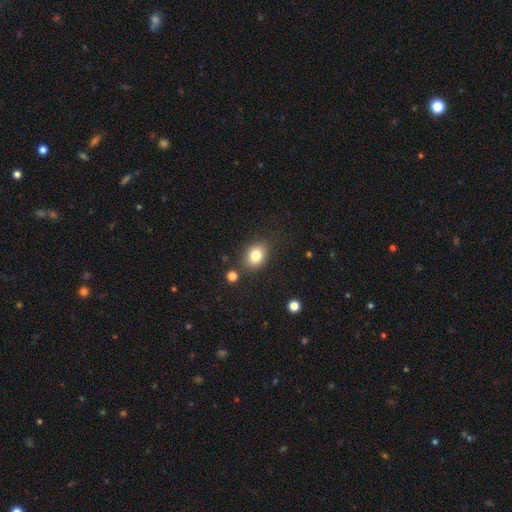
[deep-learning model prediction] smooth 80%, star or artifact 11%, featured or disk 9%. Down the decision tree: how rounded — in between (59%); merging — none (79%).